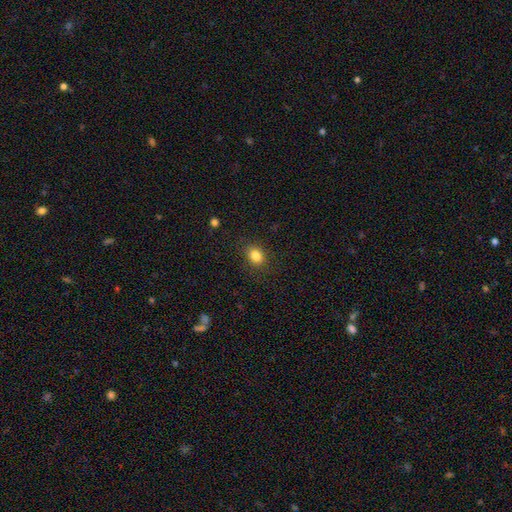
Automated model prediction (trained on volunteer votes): Smooth or featured? Predicted: smooth (p=0.84). How rounded? Predicted: in between (p=0.56). Merging? Predicted: none (p=0.86).